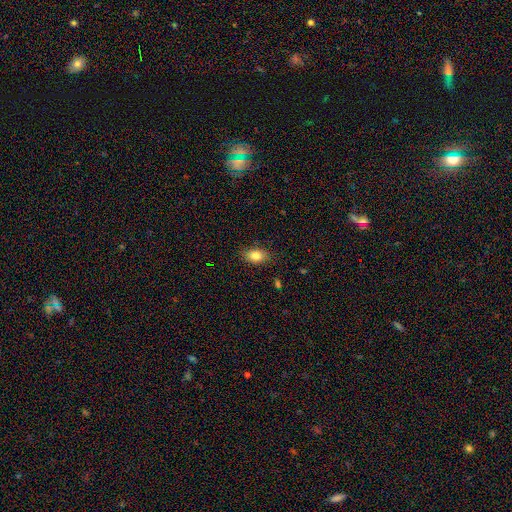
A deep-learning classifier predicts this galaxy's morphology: A smooth galaxy with no disk features (82%) that is in between round and cigar-shaped (82%).

Vote fractions:
- Smooth or featured? smooth: 82% / star or artifact: 9% / featured or disk: 9%
- How rounded? in between: 82% / round: 15% / cigar-shaped: 3%
- Merging? none: 83% / minor disturbance: 13% / major disturbance: 3% / merger: 1%